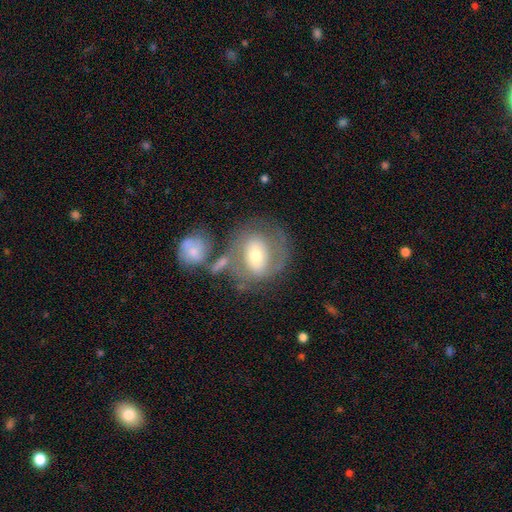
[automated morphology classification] The model was most divided on "bar": no: 42%, weak: 37%, strong: 21%. More confident: edge-on disk — no (96%); bulge size — moderate (64%); spiral arms — yes (63%); smooth or featured — featured or disk (57%); merging — none (51%).